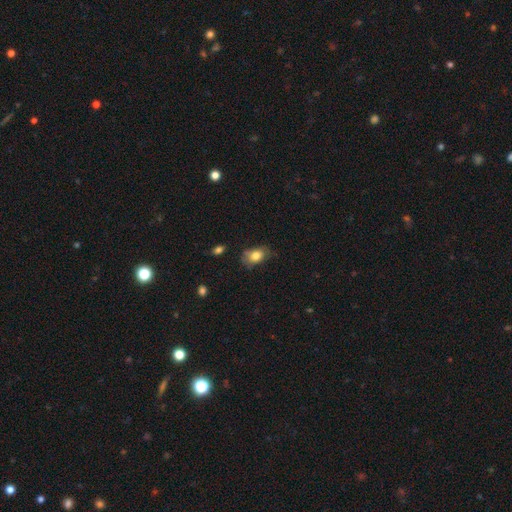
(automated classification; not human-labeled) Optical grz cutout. It shows a smooth galaxy with no disk features (76%) that is in between round and cigar-shaped (77%). Merging: none (52%).